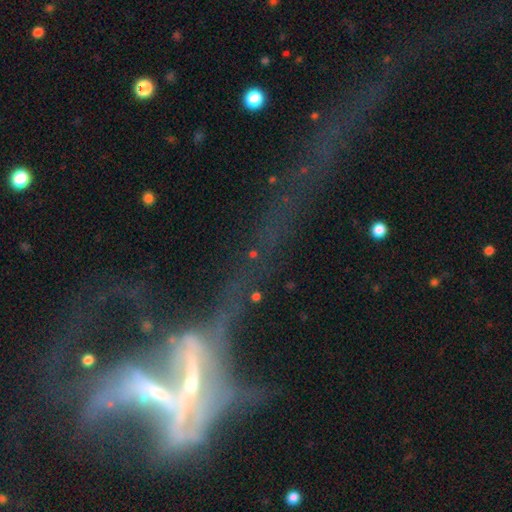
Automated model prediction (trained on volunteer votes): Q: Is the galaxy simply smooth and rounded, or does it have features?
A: featured or disk — 67%.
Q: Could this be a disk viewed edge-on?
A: no — 63%.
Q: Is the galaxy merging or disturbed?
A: merger — 48%.